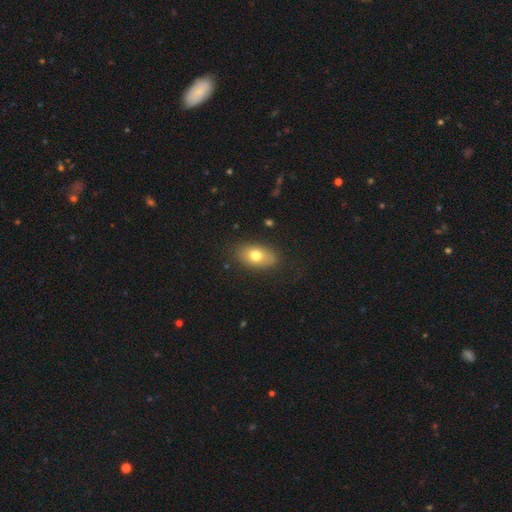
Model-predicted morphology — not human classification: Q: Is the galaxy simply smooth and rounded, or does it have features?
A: smooth — 73%.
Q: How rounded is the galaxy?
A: in between — 87%.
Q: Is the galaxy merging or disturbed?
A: none — 82%.